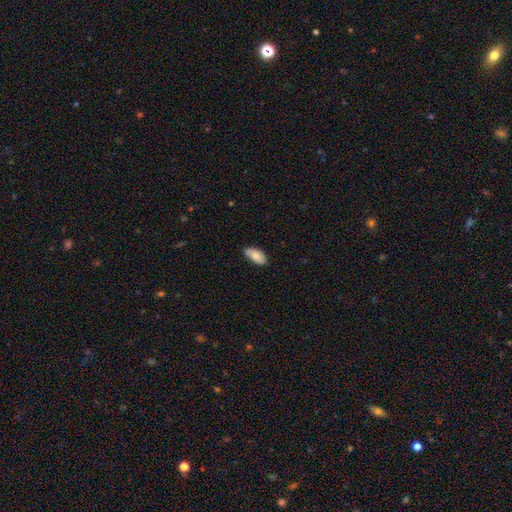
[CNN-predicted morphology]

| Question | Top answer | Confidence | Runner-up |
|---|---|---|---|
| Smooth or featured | smooth | 80% | featured or disk (13%) |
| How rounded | in between | 93% | cigar-shaped (5%) |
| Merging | none | 79% | minor disturbance (17%) |